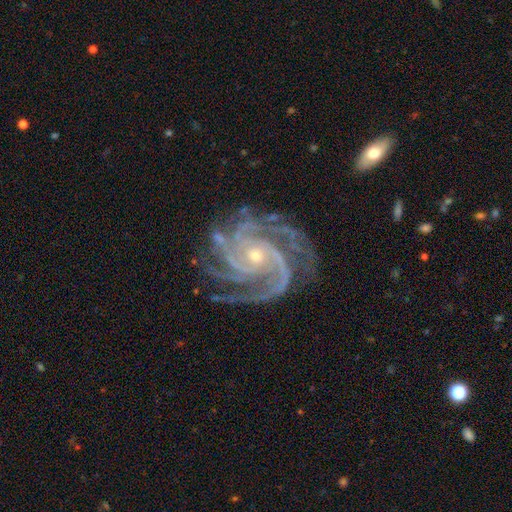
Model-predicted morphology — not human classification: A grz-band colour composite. It shows a featured or disk galaxy (93%) with no bar (67%), 4 (34%) tight (68%) spiral arms (99%) and a small central bulge (71%). Merging: none (76%).